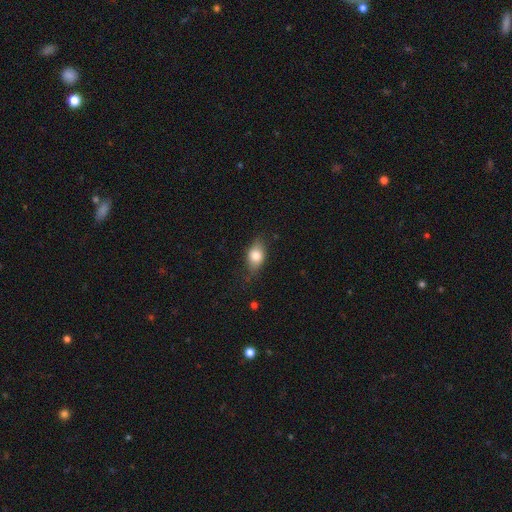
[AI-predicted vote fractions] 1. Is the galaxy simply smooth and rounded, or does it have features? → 75% smooth, 17% featured or disk, 8% star or artifact.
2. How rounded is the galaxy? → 76% in between, 20% round, 4% cigar-shaped.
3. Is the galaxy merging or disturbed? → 66% none, 26% minor disturbance, 7% major disturbance, 1% merger.